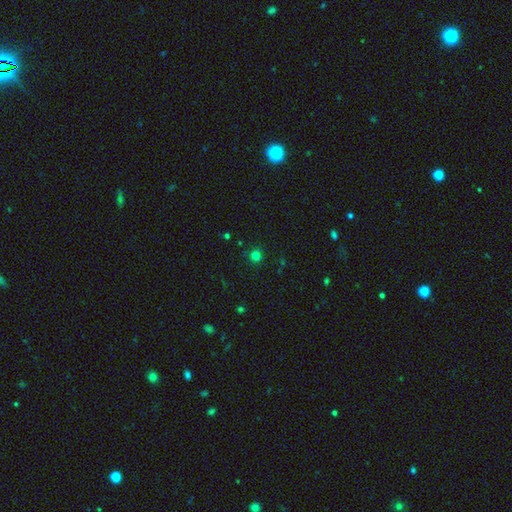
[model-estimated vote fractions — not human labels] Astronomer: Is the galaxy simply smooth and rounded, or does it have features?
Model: smooth — 76%.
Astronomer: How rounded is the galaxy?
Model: round — 94%.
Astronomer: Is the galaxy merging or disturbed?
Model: none — 88%.